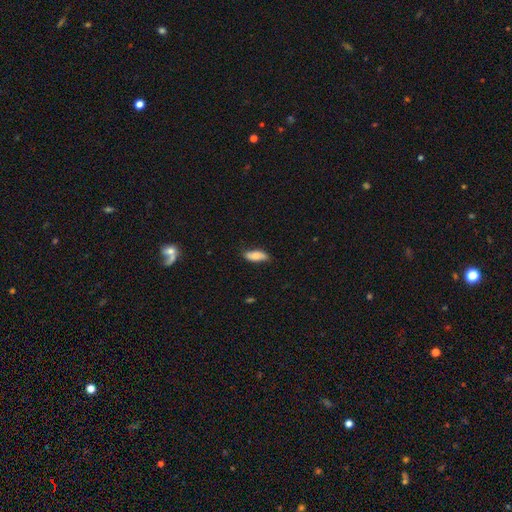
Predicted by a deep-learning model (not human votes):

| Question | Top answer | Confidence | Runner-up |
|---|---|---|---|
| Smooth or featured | smooth | 77% | featured or disk (16%) |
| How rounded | in between | 77% | cigar-shaped (21%) |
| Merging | none | 77% | minor disturbance (19%) |